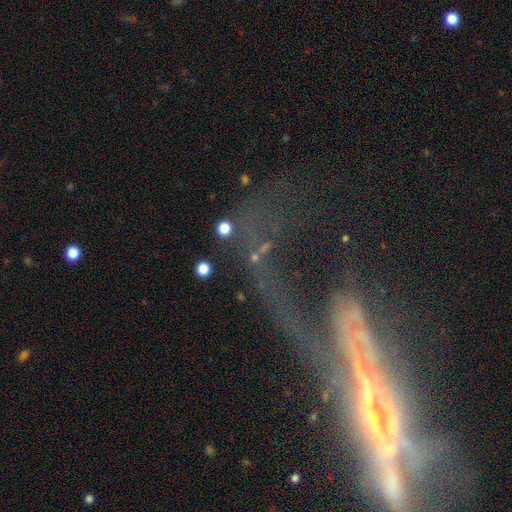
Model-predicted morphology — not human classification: Smooth or featured? featured or disk (51%)
Edge-on disk? no (71%)
Merging? none (39%)